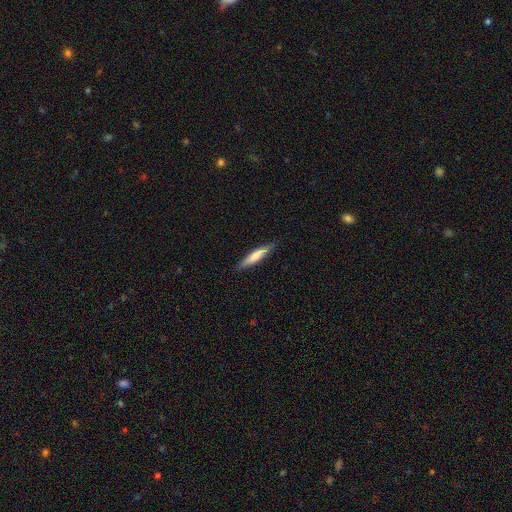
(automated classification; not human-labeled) Morphology: type=smooth (68%); roundness=cigar-shaped (89%); merging=none (88%).